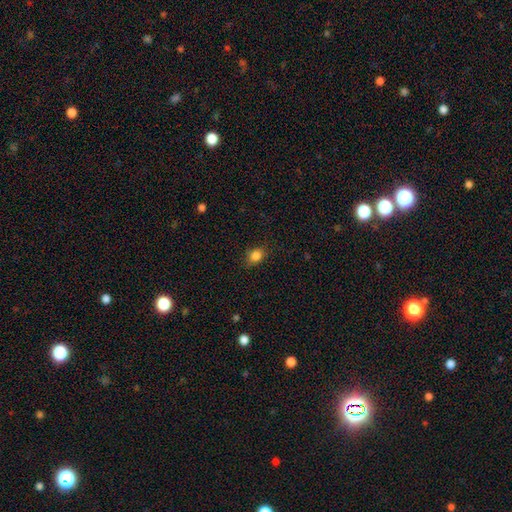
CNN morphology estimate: Smooth or featured? smooth (85%)
How rounded? in between (50%)
Merging? none (80%)